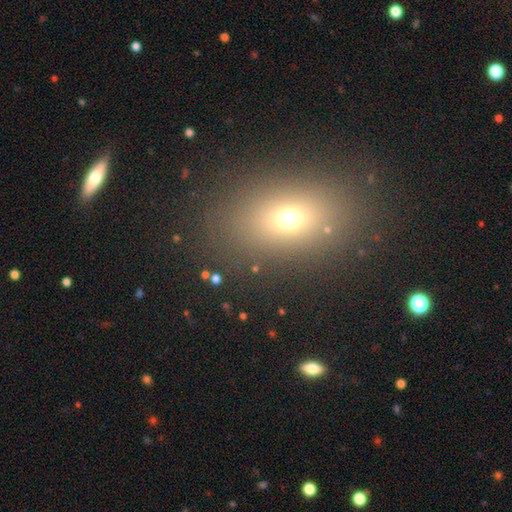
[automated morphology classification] A smooth galaxy with no disk features (63%) that is in between round and cigar-shaped (71%).

Vote fractions:
- Smooth or featured? smooth: 63% / star or artifact: 23% / featured or disk: 14%
- How rounded? in between: 71% / round: 25% / cigar-shaped: 4%
- Merging? none: 86% / minor disturbance: 8% / major disturbance: 4% / merger: 2%